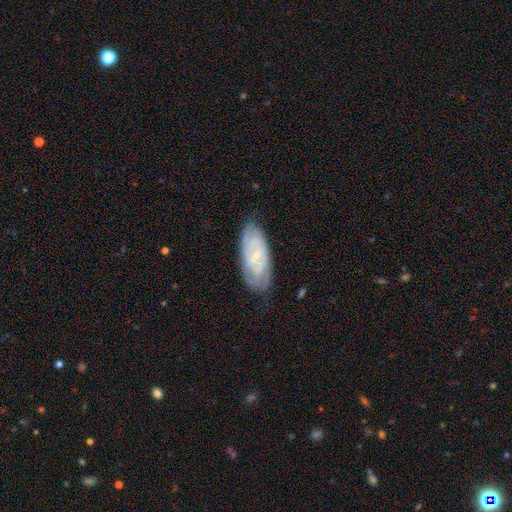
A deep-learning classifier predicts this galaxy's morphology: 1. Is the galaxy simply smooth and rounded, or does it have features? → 72% featured or disk, 21% smooth, 7% star or artifact.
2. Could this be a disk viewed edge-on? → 92% no, 8% yes.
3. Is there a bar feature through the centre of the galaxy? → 50% no, 38% weak, 12% strong.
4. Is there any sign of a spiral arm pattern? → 88% yes, 12% no.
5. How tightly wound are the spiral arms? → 64% tight, 29% medium, 7% loose.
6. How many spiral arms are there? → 42% can't tell, 32% 2, 12% 3, 7% 4, 4% 1, 4% more than 4.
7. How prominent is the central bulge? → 77% small, 17% moderate, 4% none, 1% large, 1% dominant.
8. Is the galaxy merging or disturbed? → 75% none, 19% minor disturbance, 4% major disturbance, 1% merger.